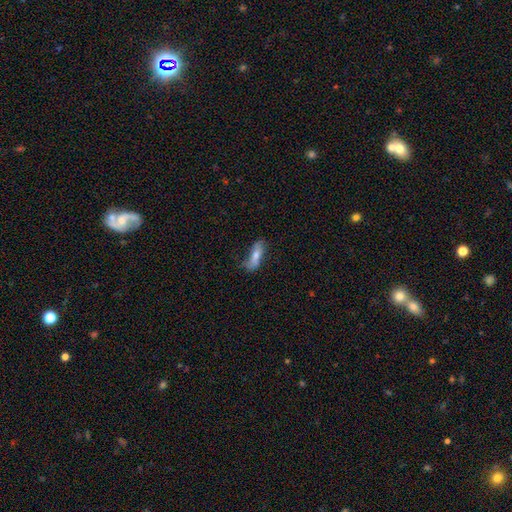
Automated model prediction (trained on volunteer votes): smooth-or-featured: smooth: 65% | featured or disk: 28% | star or artifact: 7%
  how-rounded: in between: 60% | cigar-shaped: 37% | round: 3%
  merging: none: 53% | minor disturbance: 30% | major disturbance: 13% | merger: 4%